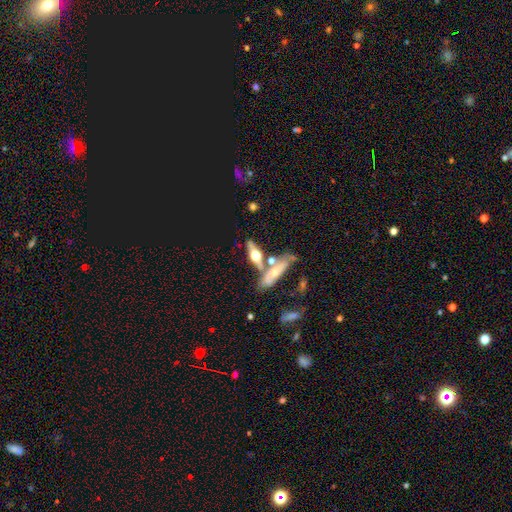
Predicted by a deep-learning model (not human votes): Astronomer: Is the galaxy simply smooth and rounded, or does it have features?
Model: featured or disk — 65%.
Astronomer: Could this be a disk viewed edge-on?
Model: yes — 89%.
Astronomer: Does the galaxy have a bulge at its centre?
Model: rounded — 95%.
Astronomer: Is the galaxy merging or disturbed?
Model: none — 52% (runner-up: merger, 31%).